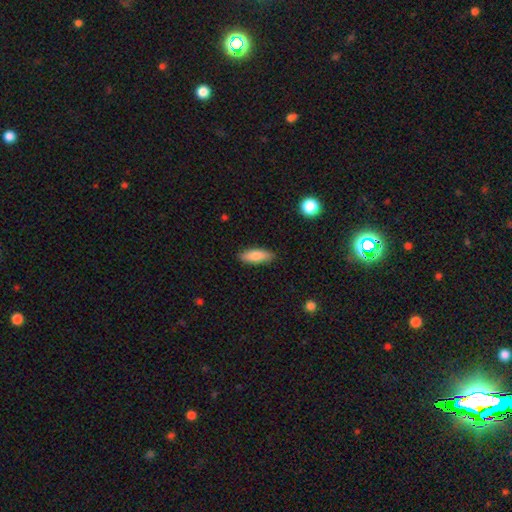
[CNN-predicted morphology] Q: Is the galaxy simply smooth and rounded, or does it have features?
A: smooth — 82%.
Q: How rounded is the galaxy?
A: in between — 64%.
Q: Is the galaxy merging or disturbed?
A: none — 87%.